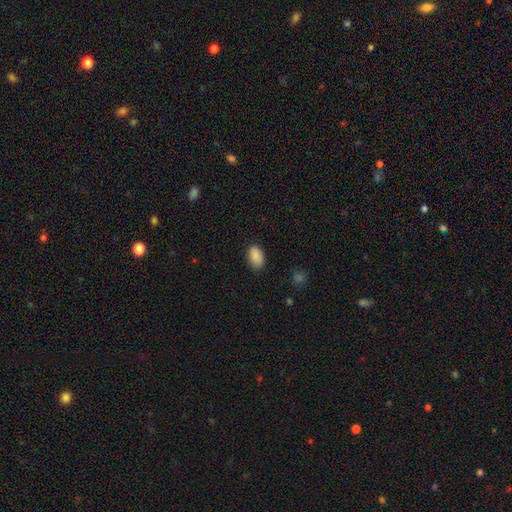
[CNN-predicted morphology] A smooth galaxy with no disk features (89%) that is in between round and cigar-shaped (93%). Merging: none (81%).